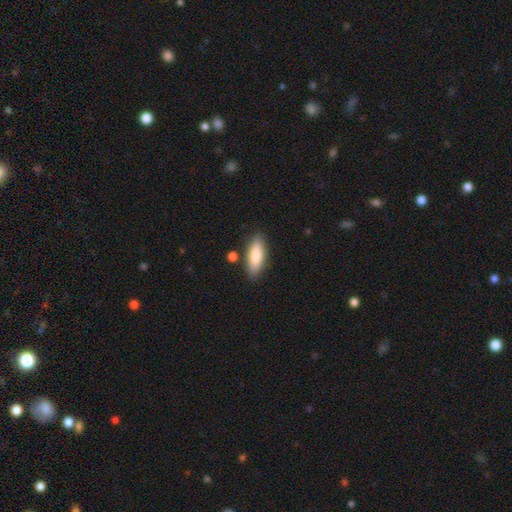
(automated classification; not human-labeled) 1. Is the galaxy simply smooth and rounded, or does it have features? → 81% smooth, 13% featured or disk, 6% star or artifact.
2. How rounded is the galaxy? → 62% in between, 36% cigar-shaped, 2% round.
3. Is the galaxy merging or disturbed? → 83% none, 10% minor disturbance, 5% merger, 2% major disturbance.